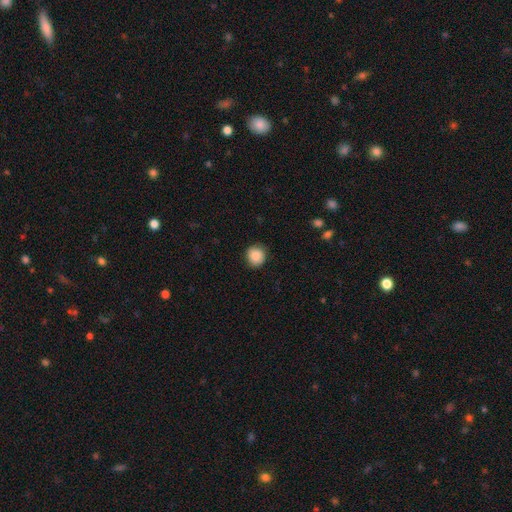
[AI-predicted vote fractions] Morphology: type=smooth (88%); roundness=round (90%); merging=none (86%).